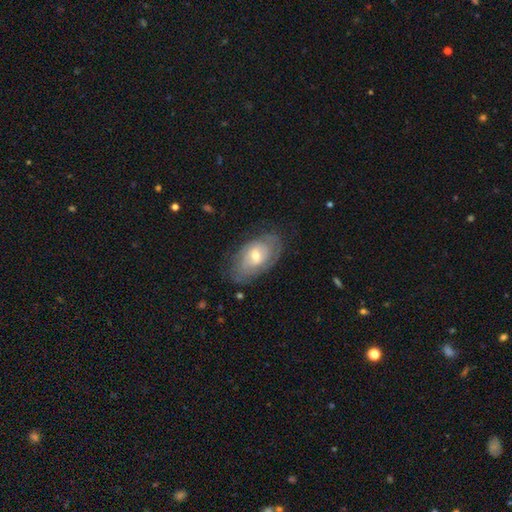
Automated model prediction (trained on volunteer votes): Overall: featured or disk (59%; smooth 34%). Edge-on disk: no (92%). Bar: no (59%; weak 35%). Spiral arms: yes (68%; no 32%). Bulge size: moderate (59%; small 35%). Merging: none (67%).